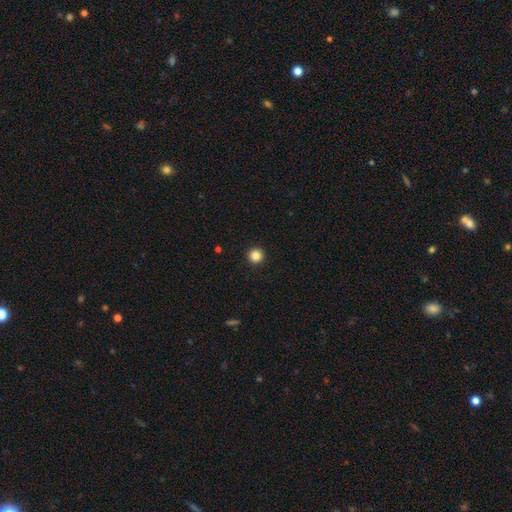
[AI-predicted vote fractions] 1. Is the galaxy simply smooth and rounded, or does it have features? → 85% smooth, 11% star or artifact, 4% featured or disk.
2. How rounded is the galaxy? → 96% round, 3% in between, 1% cigar-shaped.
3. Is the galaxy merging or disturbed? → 94% none, 4% minor disturbance, 1% major disturbance, 1% merger.